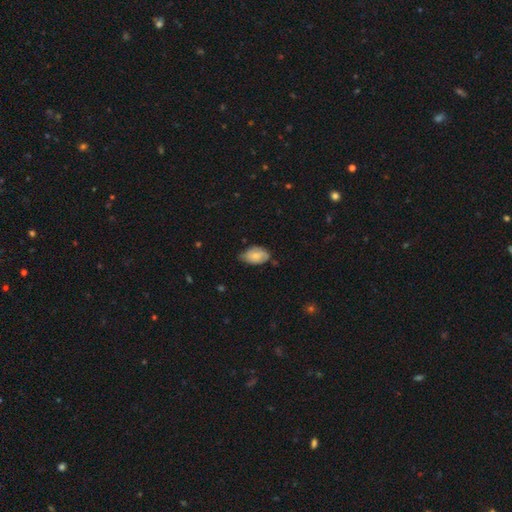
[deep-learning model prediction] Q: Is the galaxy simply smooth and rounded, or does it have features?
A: smooth — 67%.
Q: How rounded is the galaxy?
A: in between — 91%.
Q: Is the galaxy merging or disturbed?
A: none — 47%.